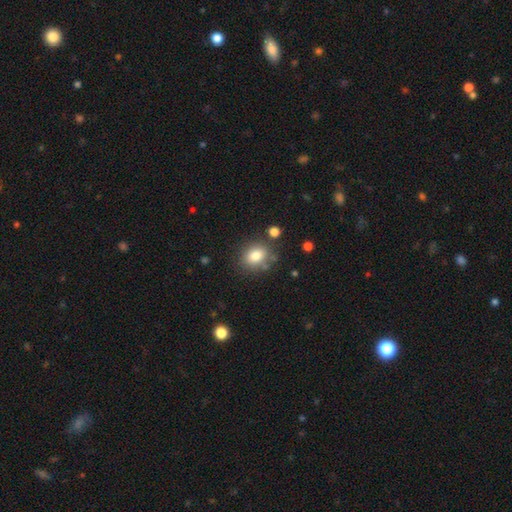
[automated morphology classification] type=smooth (81%); roundness=round (52%); merging=none (77%).